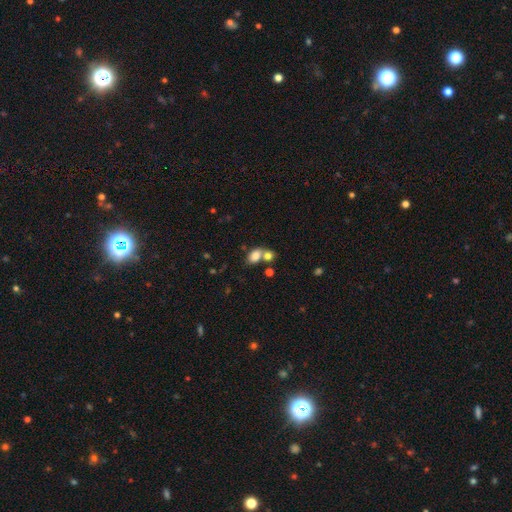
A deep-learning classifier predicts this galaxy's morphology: smooth 79%, star or artifact 11%, featured or disk 10%. Down the decision tree: how rounded — in between (79%); merging — merger (49%).